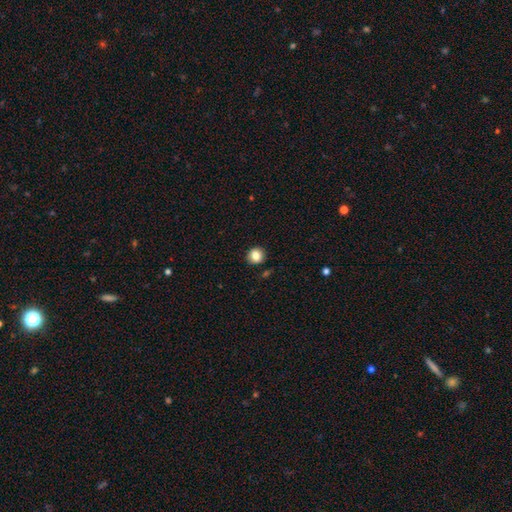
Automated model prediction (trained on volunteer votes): Smooth or featured? smooth (84%)
How rounded? round (88%)
Merging? none (91%)